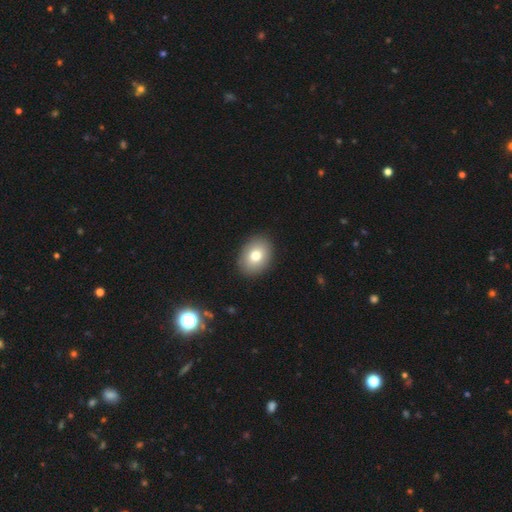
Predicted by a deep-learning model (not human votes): smooth 77%, featured or disk 14%, star or artifact 9%. Down the decision tree: how rounded — in between (70%); merging — none (90%).